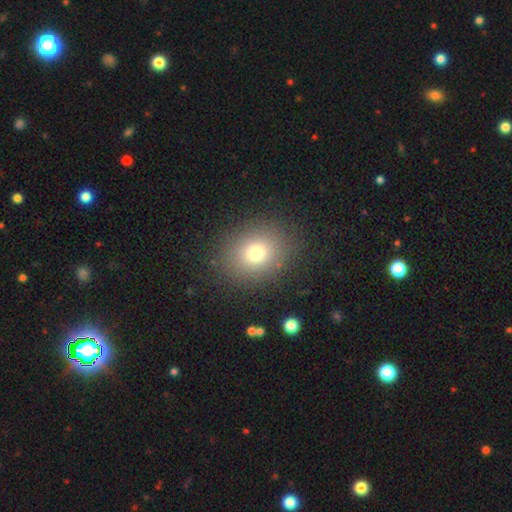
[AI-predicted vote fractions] Overall: smooth (74%). How rounded: round (56%; in between 43%). Merging: none (88%).